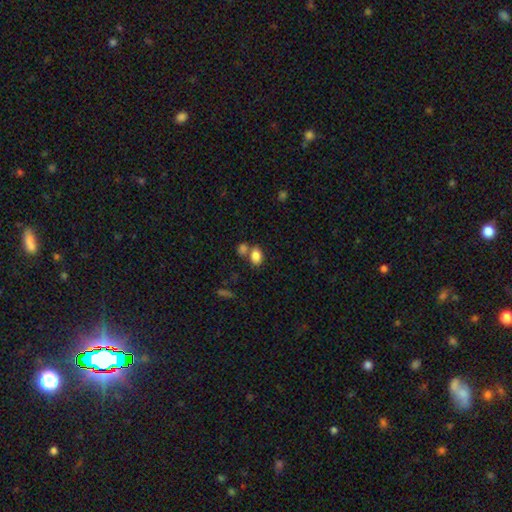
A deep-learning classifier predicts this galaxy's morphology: This appears to be a smooth galaxy with no disk features (84%) that is in between round and cigar-shaped (76%). Merging: none (51%).